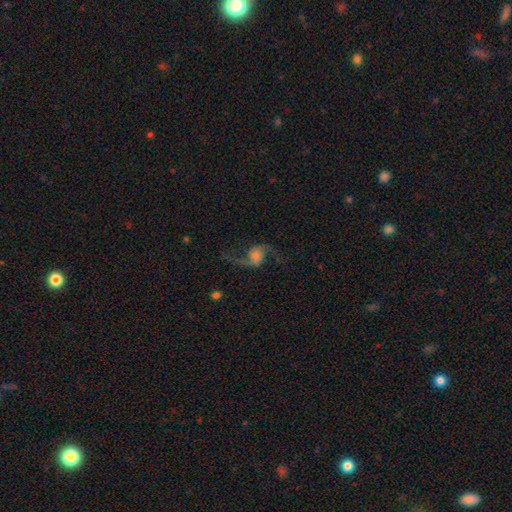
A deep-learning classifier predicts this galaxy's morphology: A featured or disk galaxy (85%) with no bar (60%), 2 (94%) loose (85%) spiral arms (96%) and a moderate central bulge (28%).

Vote fractions:
- Smooth or featured? featured or disk: 85% / smooth: 8% / star or artifact: 7%
- Edge-on disk? no: 97% / yes: 3%
- Bar? no: 60% / weak: 31% / strong: 9%
- Spiral arms? yes: 96% / no: 4%
- Spiral winding? loose: 85% / medium: 12% / tight: 2%
- Spiral arm count? 2: 94% / 1: 2% / can't tell: 1% / 3: 1% / 4: 1% / more than 4: 1%
- Bulge size? moderate: 28% / small: 24% / none: 22% / large: 20% / dominant: 6%
- Merging? none: 73% / minor disturbance: 13% / major disturbance: 12% / merger: 2%